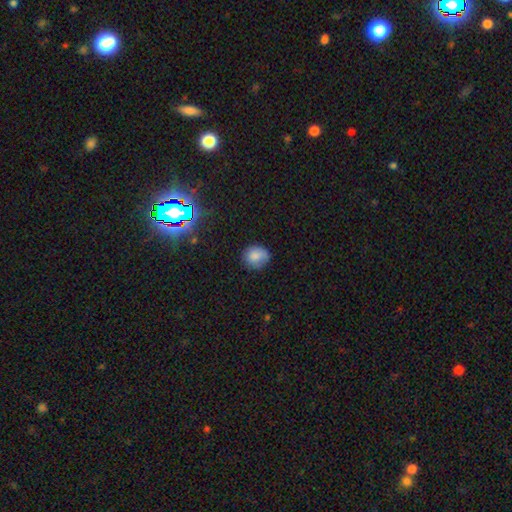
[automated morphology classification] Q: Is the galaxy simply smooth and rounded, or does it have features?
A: smooth — 82%.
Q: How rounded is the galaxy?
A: round — 74%.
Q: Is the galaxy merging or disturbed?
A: none — 75%.